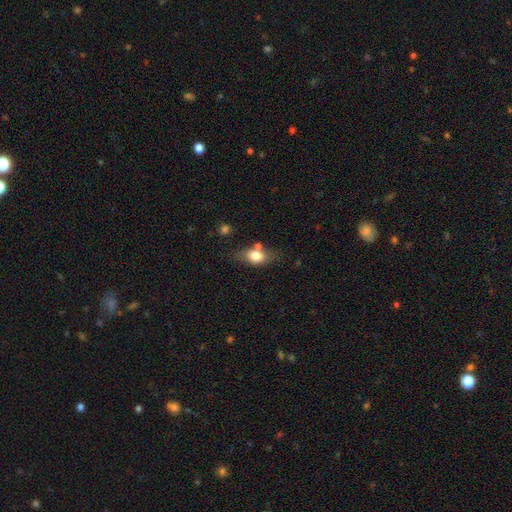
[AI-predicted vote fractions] A smooth galaxy with no disk features (74%) that is in between round and cigar-shaped (78%). Merging: none (62%).